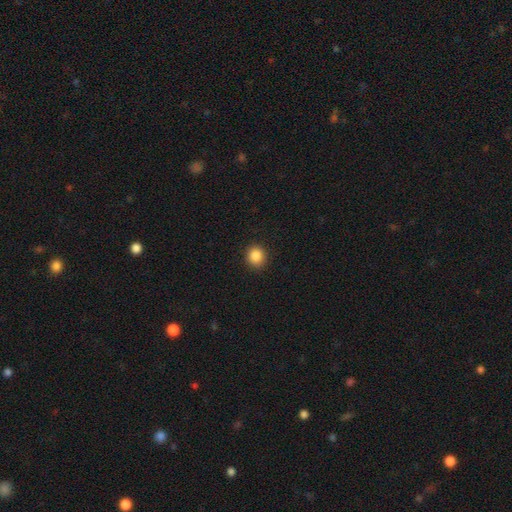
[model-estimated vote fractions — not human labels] Smooth or featured? Predicted: smooth (p=0.86). How rounded? Predicted: round (p=0.86). Merging? Predicted: none (p=0.91).